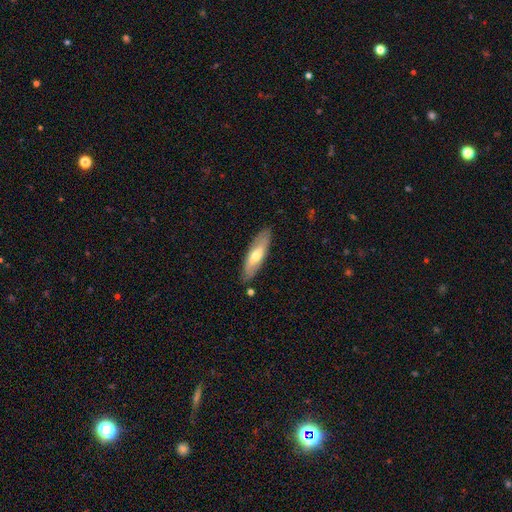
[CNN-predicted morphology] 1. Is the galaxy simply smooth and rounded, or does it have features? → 53% smooth, 41% featured or disk, 6% star or artifact.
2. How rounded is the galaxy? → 52% cigar-shaped, 46% in between, 2% round.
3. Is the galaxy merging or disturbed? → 82% none, 13% minor disturbance, 3% major disturbance, 2% merger.